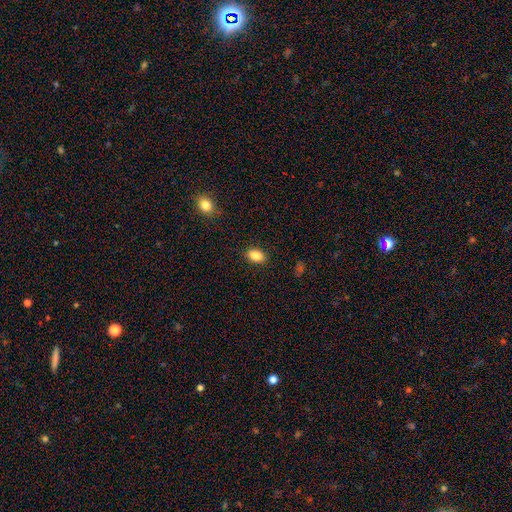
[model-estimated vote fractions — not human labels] A smooth galaxy with no disk features (85%) that is in between round and cigar-shaped (88%). Merging: none (88%).